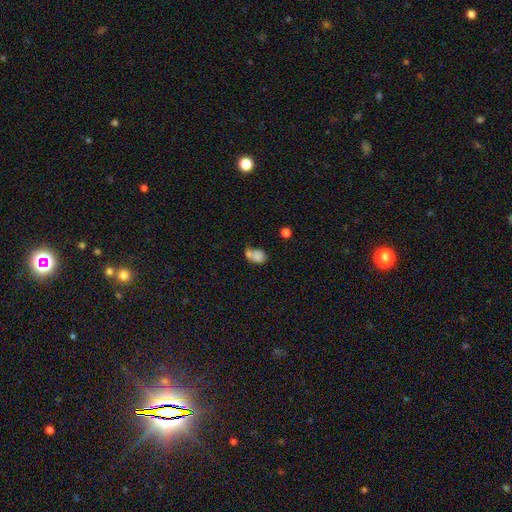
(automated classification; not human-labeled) Smooth or featured: smooth — 78% (featured or disk — 12%)
How rounded: in between — 65% (round — 33%)
Merging: merger — 51% (none — 26%)